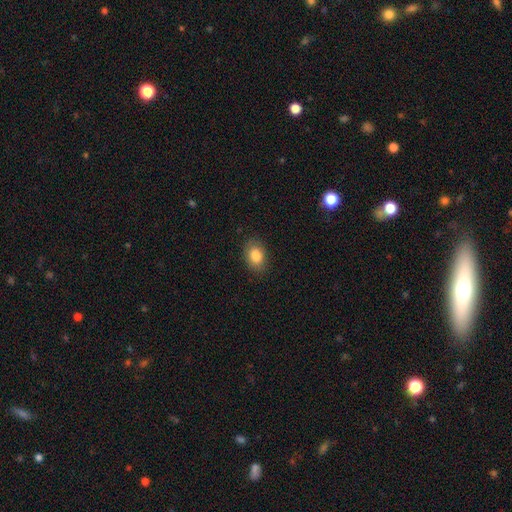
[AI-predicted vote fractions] Smooth or featured? Predicted: smooth (p=0.85). How rounded? Predicted: in between (p=0.76). Merging? Predicted: none (p=0.85).